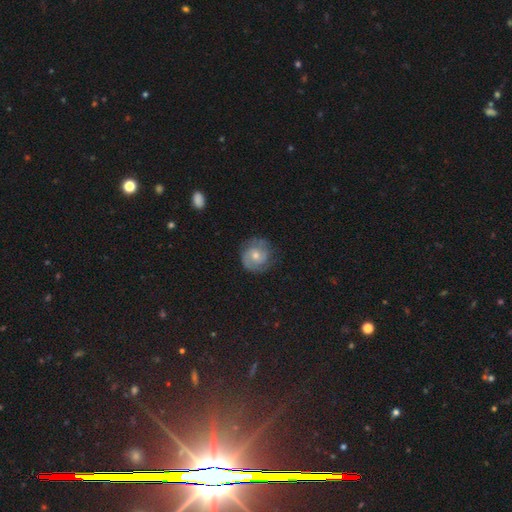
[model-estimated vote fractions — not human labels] A featured or disk galaxy (64%) with no bar (68%), 2 (66%) tight (48%) spiral arms (90%) and a moderate central bulge (56%). Merging: none (76%).